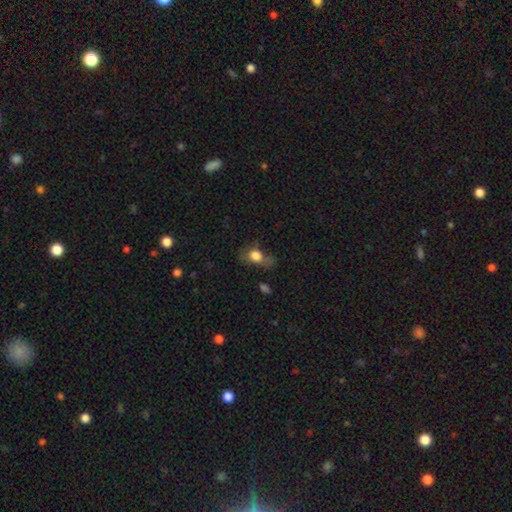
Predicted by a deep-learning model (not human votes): Smooth or featured? Predicted: smooth (p=0.73). How rounded? Predicted: in between (p=0.63). Merging? Predicted: none (p=0.40).